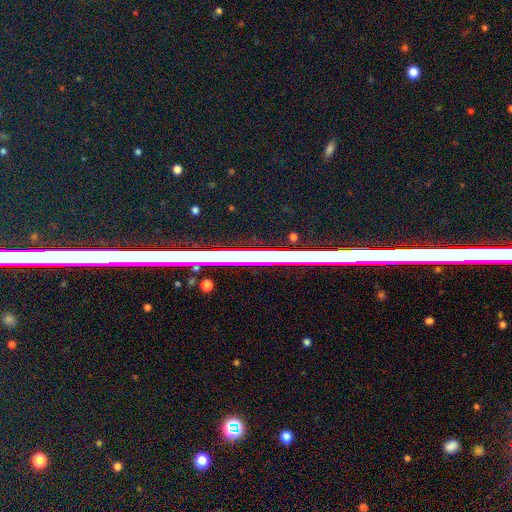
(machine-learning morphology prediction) Overall: star or artifact (56%; featured or disk 27%).